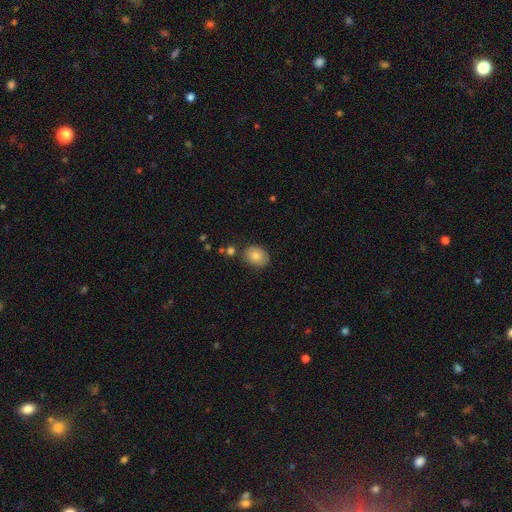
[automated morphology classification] Smooth or featured: smooth — 82% (featured or disk — 10%)
How rounded: in between — 59% (round — 40%)
Merging: none — 77% (minor disturbance — 15%)